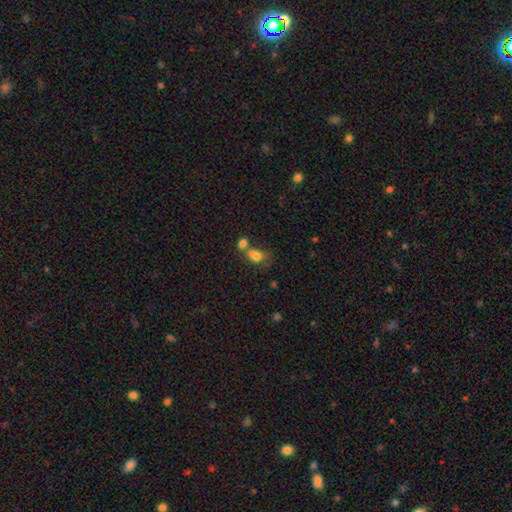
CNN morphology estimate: Overall: smooth (79%). How rounded: in between (67%; round 32%). Merging: merger (51%; none 29%).